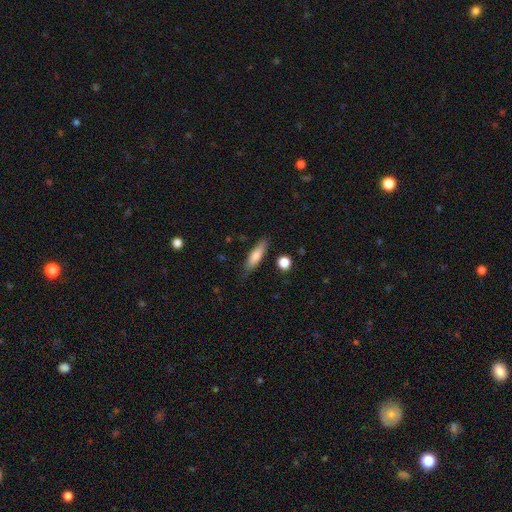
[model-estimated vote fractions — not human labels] This appears to be a smooth galaxy with no disk features (76%) that is cigar-shaped (62%). Merging: none (78%).